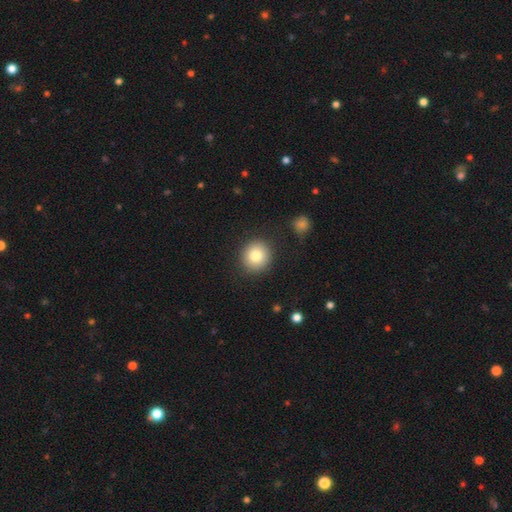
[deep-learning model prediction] smooth-or-featured: smooth: 81% | star or artifact: 9% | featured or disk: 9%
  how-rounded: round: 91% | in between: 8% | cigar-shaped: 1%
  merging: none: 88% | minor disturbance: 7% | major disturbance: 3% | merger: 2%